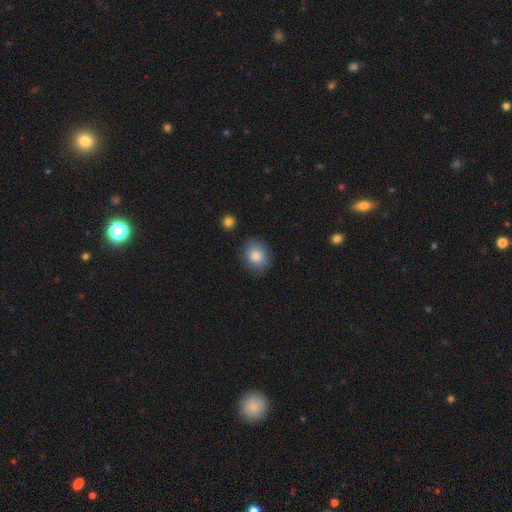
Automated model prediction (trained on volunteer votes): Smooth or featured? Predicted: smooth (p=0.83). How rounded? Predicted: round (p=0.72). Merging? Predicted: none (p=0.81).